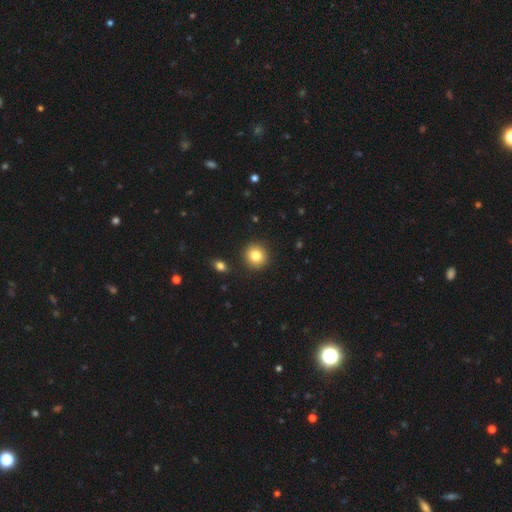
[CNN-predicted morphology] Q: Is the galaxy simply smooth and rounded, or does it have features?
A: smooth — 83%.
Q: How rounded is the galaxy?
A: round — 92%.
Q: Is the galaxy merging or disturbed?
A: none — 91%.